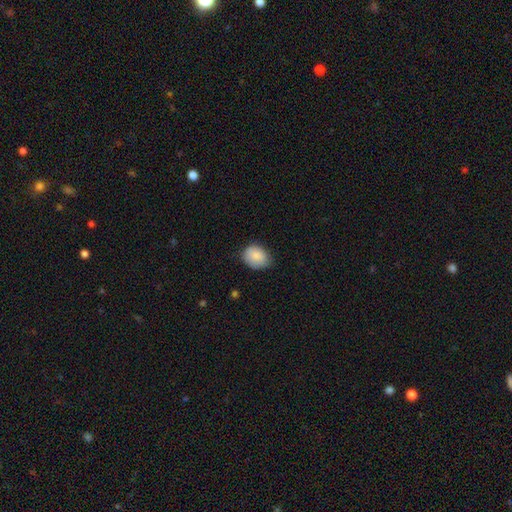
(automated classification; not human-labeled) Smooth or featured?
  - smooth: 87% *
  - star or artifact: 7%
  - featured or disk: 6%
How rounded?
  - in between: 61% *
  - round: 38%
  - cigar-shaped: 1%
Merging?
  - none: 68% *
  - minor disturbance: 26%
  - major disturbance: 4%
  - merger: 1%